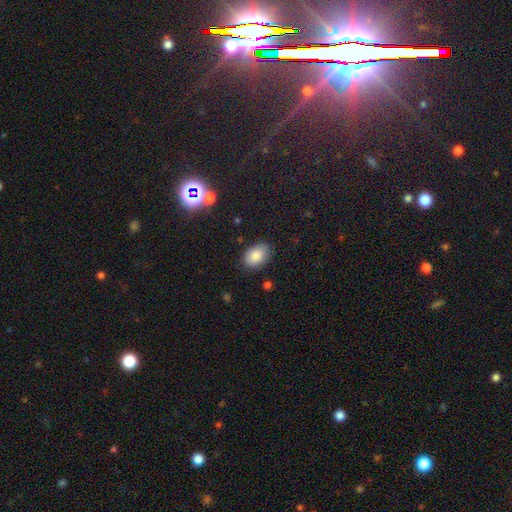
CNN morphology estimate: Overall: smooth (85%). How rounded: in between (85%). Merging: none (85%).